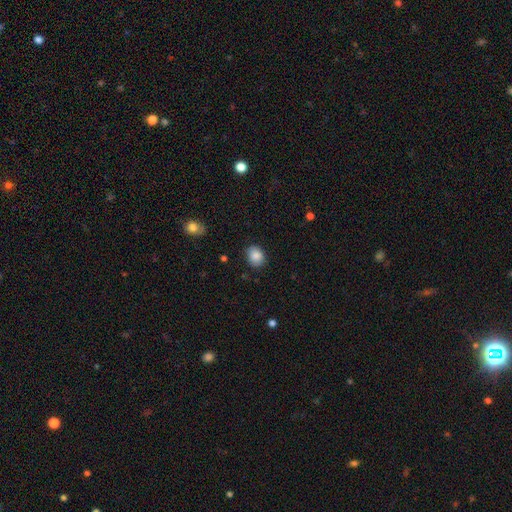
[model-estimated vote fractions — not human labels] smooth_or_featured: smooth (p=0.87) [alt: star or artifact p=0.08]
how_rounded: in between (p=0.53) [alt: round p=0.46]
merging: none (p=0.84) [alt: minor disturbance p=0.12]